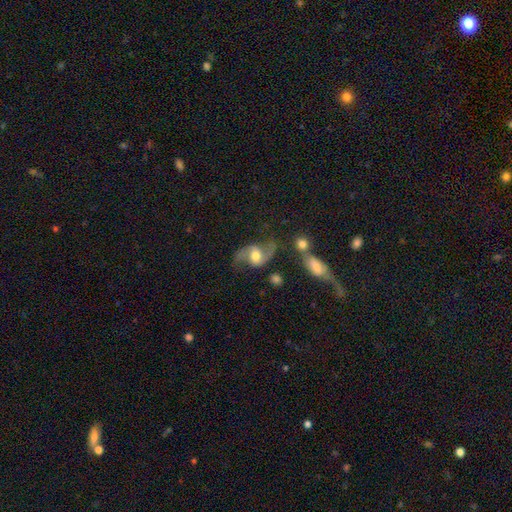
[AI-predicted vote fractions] A featured or disk galaxy (82%) with a weak bar (45%), 2 (93%) loose (71%) spiral arms (94%) and a moderate central bulge (63%).

Vote fractions:
- Smooth or featured? featured or disk: 82% / smooth: 12% / star or artifact: 6%
- Edge-on disk? no: 96% / yes: 4%
- Bar? weak: 45% / no: 39% / strong: 16%
- Spiral arms? yes: 94% / no: 6%
- Spiral winding? loose: 71% / medium: 24% / tight: 5%
- Spiral arm count? 2: 93% / can't tell: 2% / 1: 2% / 3: 1% / 4: 1% / more than 4: 1%
- Bulge size? moderate: 63% / large: 21% / small: 12% / none: 2% / dominant: 2%
- Merging? none: 63% / minor disturbance: 18% / major disturbance: 12% / merger: 7%